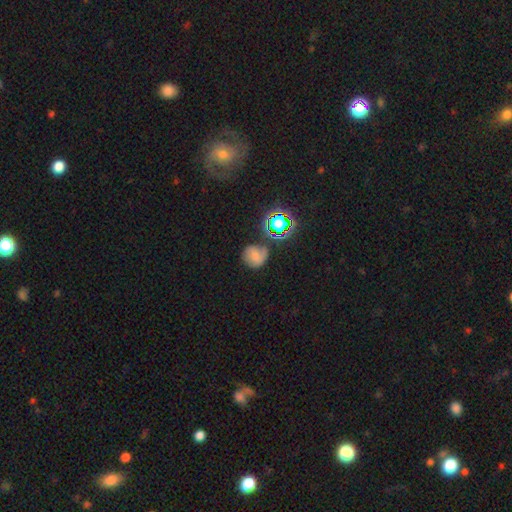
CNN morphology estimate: smooth_or_featured: smooth (p=0.53) [alt: featured or disk p=0.26]
how_rounded: round (p=0.82) [alt: in between p=0.17]
merging: none (p=0.59) [alt: minor disturbance p=0.22]